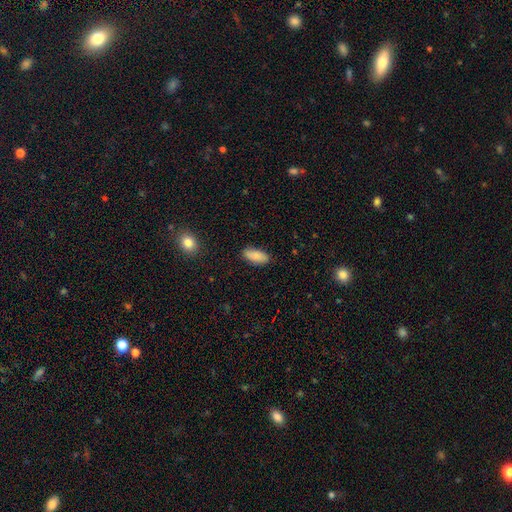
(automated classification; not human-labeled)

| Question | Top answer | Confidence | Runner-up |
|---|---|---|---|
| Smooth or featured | smooth | 86% | featured or disk (7%) |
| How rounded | in between | 86% | cigar-shaped (12%) |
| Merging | none | 86% | minor disturbance (10%) |